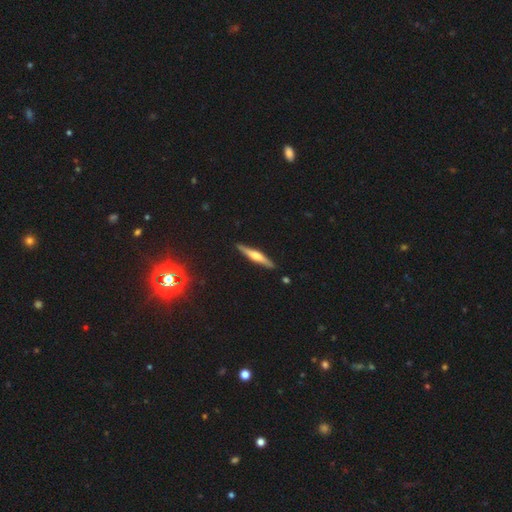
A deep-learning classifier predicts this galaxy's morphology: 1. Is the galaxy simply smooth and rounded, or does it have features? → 60% featured or disk, 34% smooth, 6% star or artifact.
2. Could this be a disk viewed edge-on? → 96% yes, 4% no.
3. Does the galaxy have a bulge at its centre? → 80% rounded, 11% boxy, 8% none.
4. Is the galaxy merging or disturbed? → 89% none, 8% minor disturbance, 2% major disturbance, 1% merger.